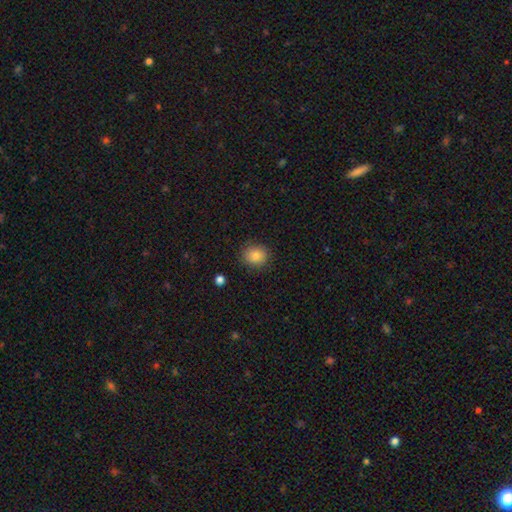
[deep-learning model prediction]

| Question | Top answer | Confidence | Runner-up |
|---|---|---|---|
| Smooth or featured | smooth | 82% | star or artifact (10%) |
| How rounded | round | 76% | in between (23%) |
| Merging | none | 87% | minor disturbance (9%) |